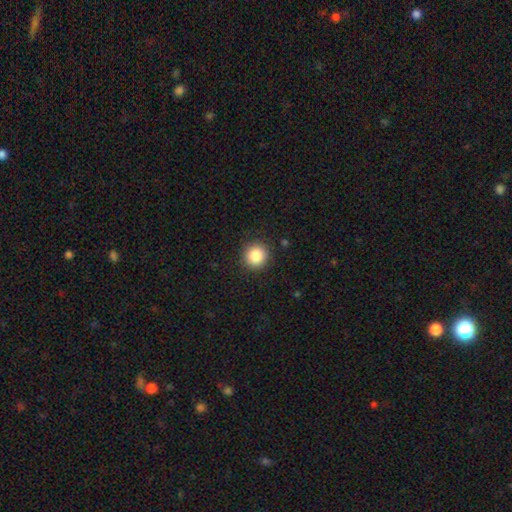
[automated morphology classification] A smooth galaxy with no disk features (85%) that is round (92%).

Vote fractions:
- Smooth or featured? smooth: 85% / star or artifact: 10% / featured or disk: 5%
- How rounded? round: 92% / in between: 7% / cigar-shaped: 1%
- Merging? none: 91% / minor disturbance: 6% / major disturbance: 2% / merger: 1%